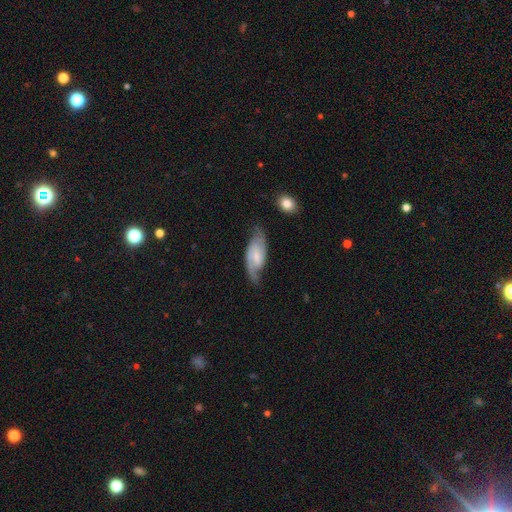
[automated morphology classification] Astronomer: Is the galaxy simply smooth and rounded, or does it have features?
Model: featured or disk — 78%.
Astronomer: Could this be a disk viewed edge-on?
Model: no — 94%.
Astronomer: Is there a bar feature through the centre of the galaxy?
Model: weak — 51% (runner-up: no, 32%).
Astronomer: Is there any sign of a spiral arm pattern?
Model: yes — 95%.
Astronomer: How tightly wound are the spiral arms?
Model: medium — 49% (runner-up: tight, 26%).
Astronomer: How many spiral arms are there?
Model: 2 — 85%.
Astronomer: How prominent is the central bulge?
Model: small — 53% (runner-up: moderate, 29%).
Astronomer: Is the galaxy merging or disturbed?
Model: none — 69%.